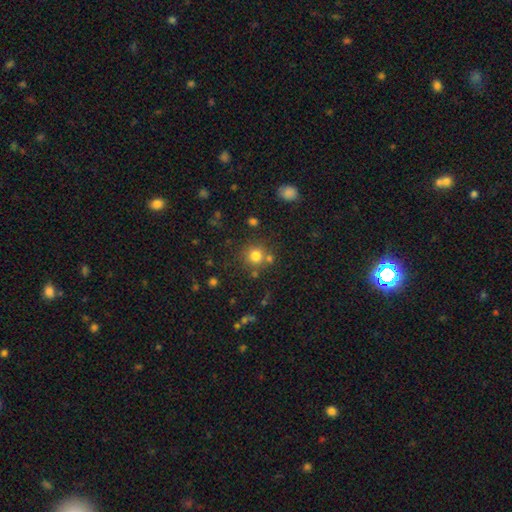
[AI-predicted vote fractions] This appears to be a smooth galaxy with no disk features (78%) that is round (91%). Merging: none (74%).